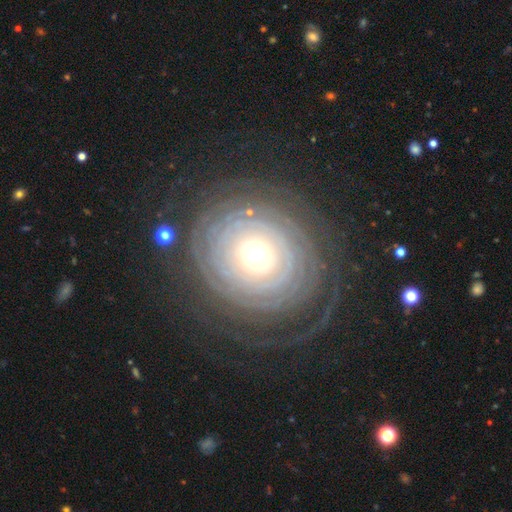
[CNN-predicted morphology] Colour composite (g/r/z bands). It shows a featured or disk galaxy (84%) with no bar (81%), tight (90%) spiral arms (94%) and a moderate central bulge (62%). Merging: none (79%).